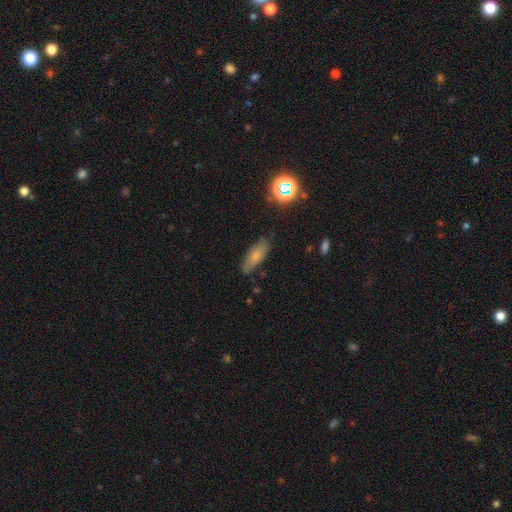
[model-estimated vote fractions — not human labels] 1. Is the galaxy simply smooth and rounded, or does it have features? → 68% smooth, 21% featured or disk, 11% star or artifact.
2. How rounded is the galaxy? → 64% in between, 33% cigar-shaped, 3% round.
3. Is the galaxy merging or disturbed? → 74% none, 20% minor disturbance, 4% major disturbance, 2% merger.